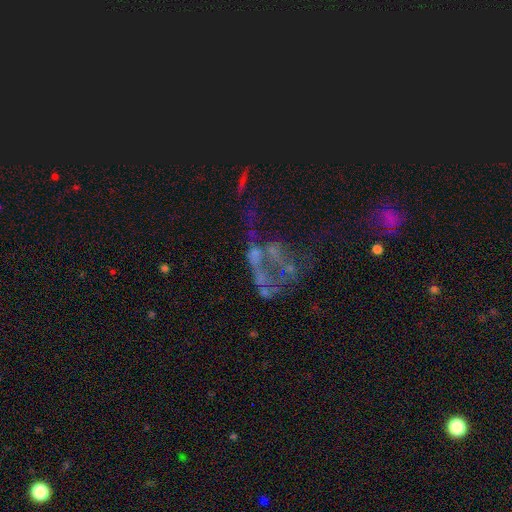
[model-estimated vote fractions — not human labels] This appears to be a featured or disk galaxy (59%) with no bar (91%), no spiral arms (90%) and no central bulge (77%). Merging: major disturbance (38%).